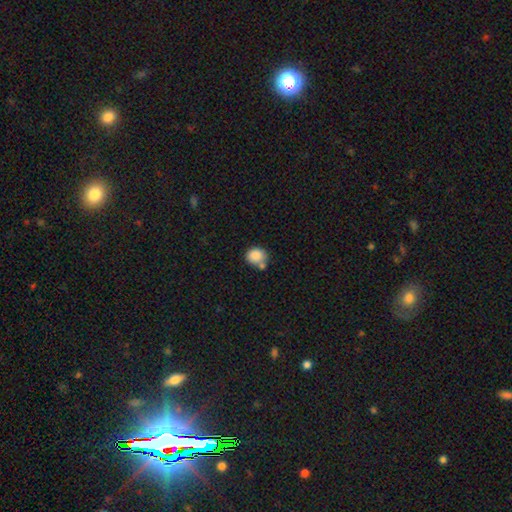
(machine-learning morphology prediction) The model was most divided on "merging": none: 56%, merger: 24%, minor disturbance: 16%, major disturbance: 4%. More confident: smooth or featured — smooth (85%); how rounded — round (72%).